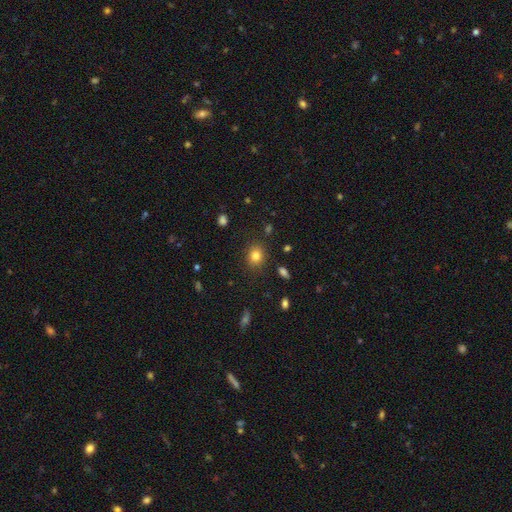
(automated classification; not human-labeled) This appears to be a smooth galaxy with no disk features (81%) that is round (69%). Merging: none (85%).